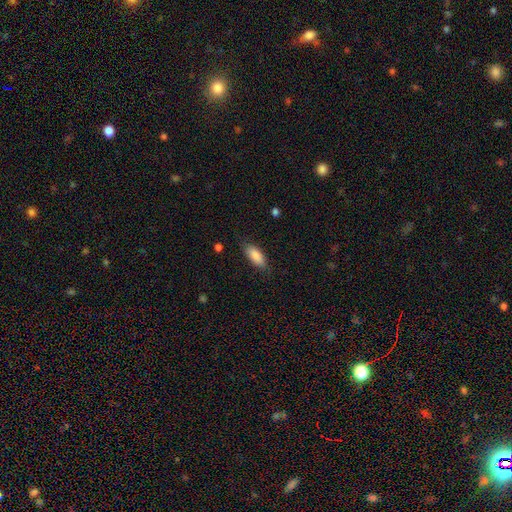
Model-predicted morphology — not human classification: smooth-or-featured: smooth: 87% | featured or disk: 7% | star or artifact: 6%
  how-rounded: in between: 79% | cigar-shaped: 19% | round: 2%
  merging: none: 82% | minor disturbance: 14% | major disturbance: 3% | merger: 1%